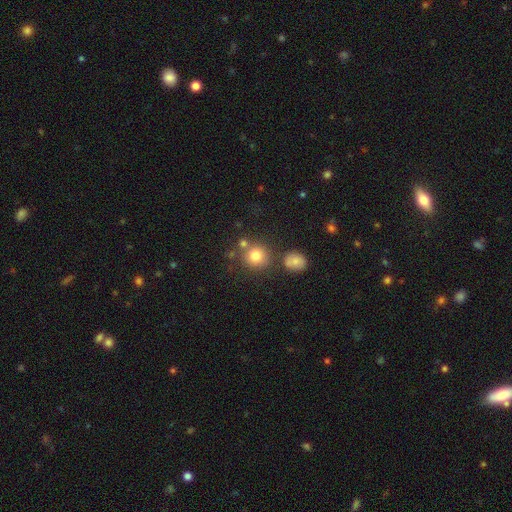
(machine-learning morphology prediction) smooth_or_featured: smooth (p=0.79) [alt: star or artifact p=0.13]
how_rounded: round (p=0.90) [alt: in between p=0.09]
merging: none (p=0.72) [alt: merger p=0.14]